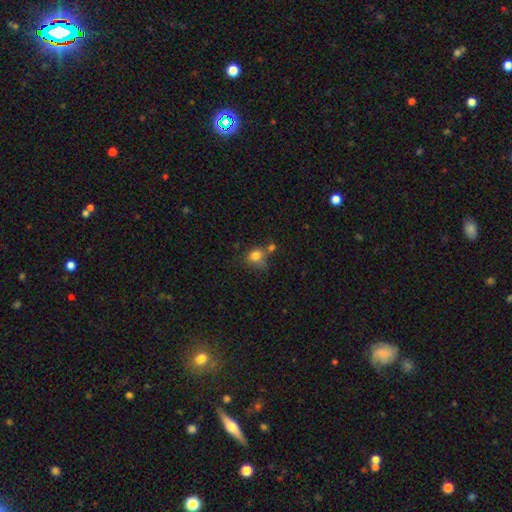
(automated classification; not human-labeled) Smooth or featured? smooth (80%)
How rounded? round (60%)
Merging? none (47%)